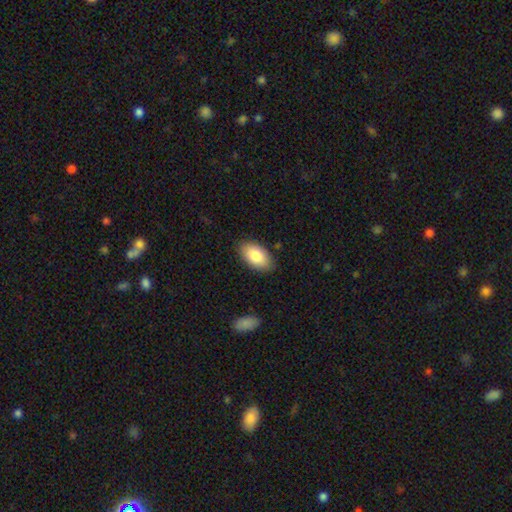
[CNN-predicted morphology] A smooth galaxy with no disk features (84%) that is in between round and cigar-shaped (94%). Merging: none (85%).